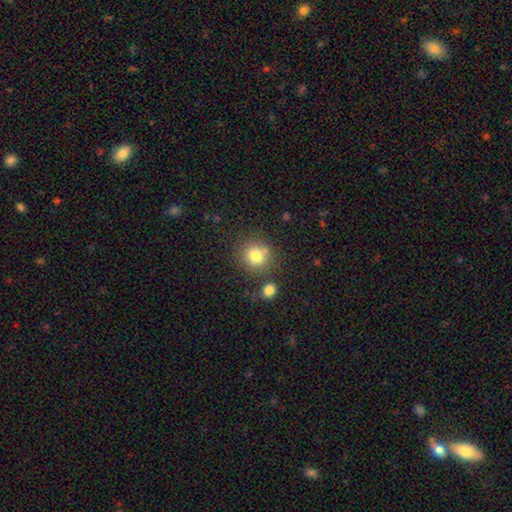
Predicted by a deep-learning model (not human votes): Smooth or featured? smooth (79%)
How rounded? round (87%)
Merging? none (72%)